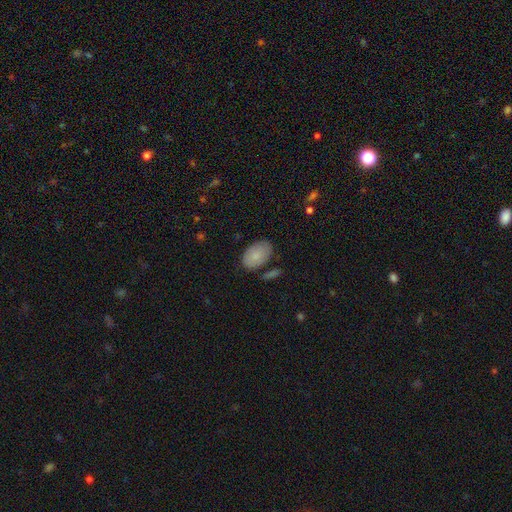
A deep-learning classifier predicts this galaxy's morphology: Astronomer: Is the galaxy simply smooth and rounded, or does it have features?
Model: smooth — 84%.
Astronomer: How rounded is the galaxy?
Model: in between — 93%.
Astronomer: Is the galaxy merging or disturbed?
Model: none — 75%.